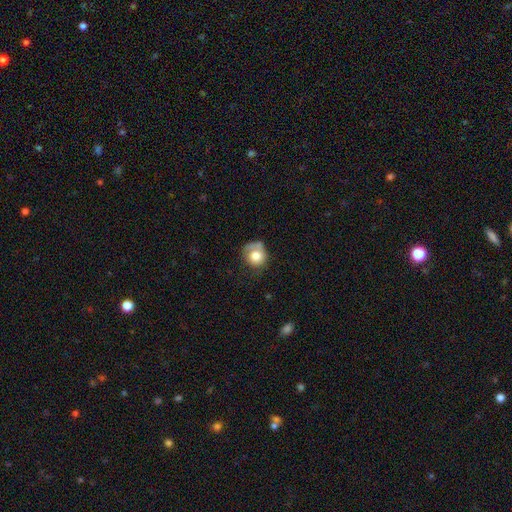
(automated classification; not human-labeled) This appears to be a smooth galaxy with no disk features (71%) that is round (83%). Merging: none (46%).